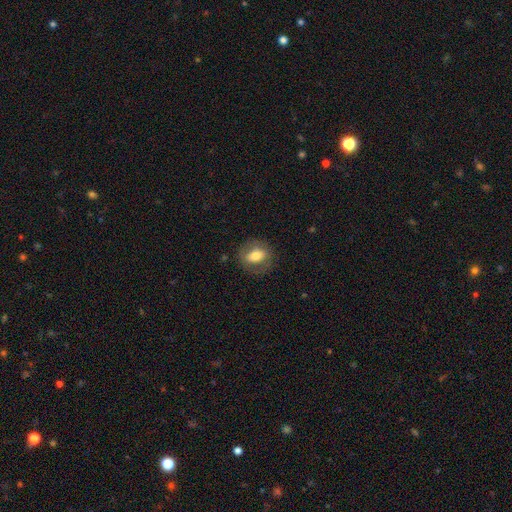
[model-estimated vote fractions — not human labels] This is likely a smooth galaxy (62%). How rounded: possibly in between (58%). Merging: likely none (78%).